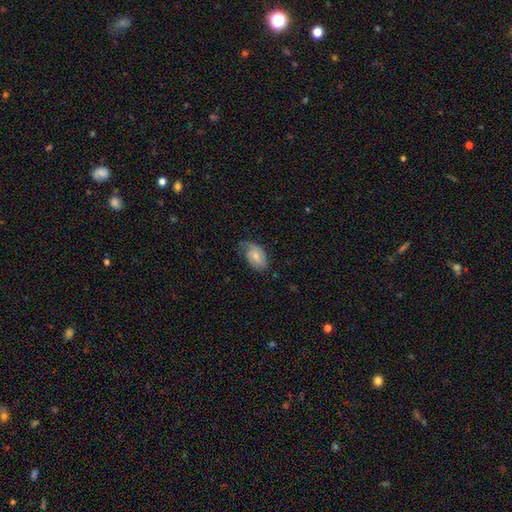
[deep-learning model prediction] Overall: smooth (55%; featured or disk 39%). How rounded: in between (90%). Merging: none (48%; minor disturbance 35%).